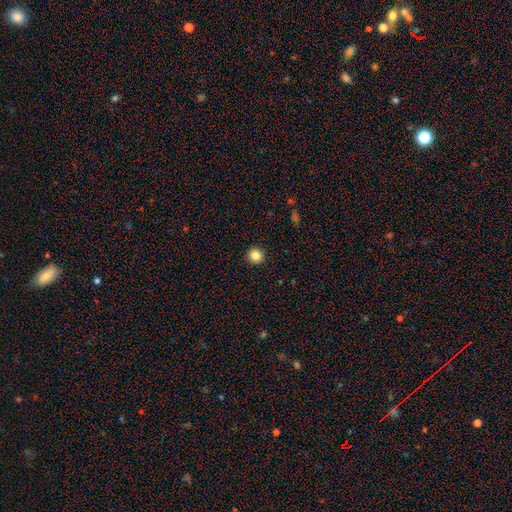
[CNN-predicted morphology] smooth_or_featured: smooth (p=0.84) [alt: star or artifact p=0.11]
how_rounded: round (p=0.95) [alt: in between p=0.04]
merging: none (p=0.93) [alt: minor disturbance p=0.05]